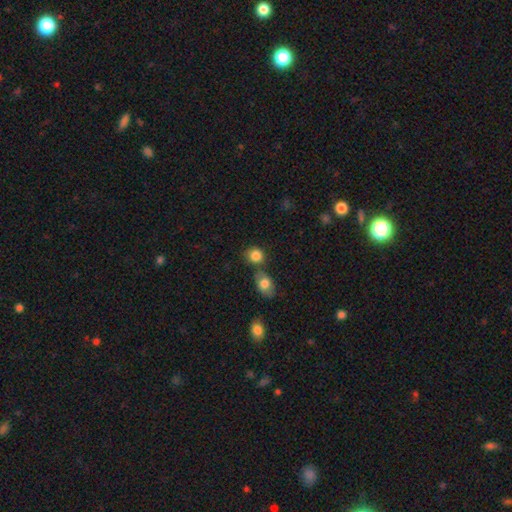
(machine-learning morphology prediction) Overall: smooth (84%). How rounded: round (76%). Merging: none (63%).